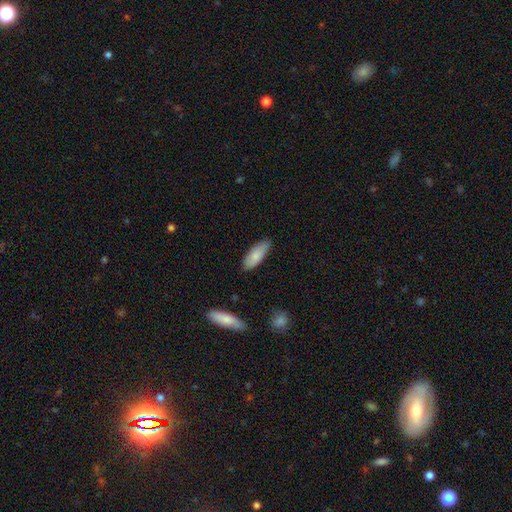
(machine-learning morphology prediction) Smooth or featured? smooth (83%)
How rounded? in between (71%)
Merging? none (81%)